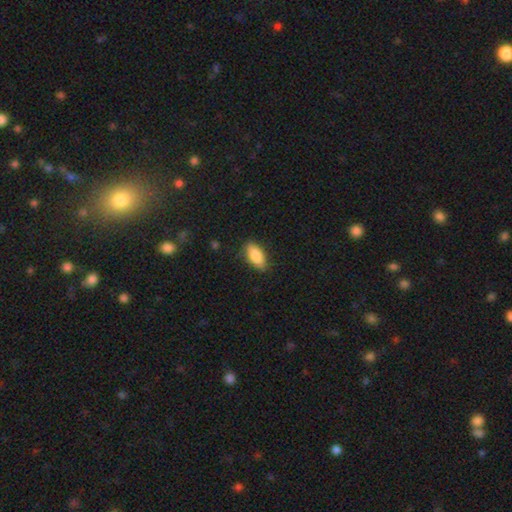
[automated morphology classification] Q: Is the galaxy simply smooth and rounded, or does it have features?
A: smooth — 84%.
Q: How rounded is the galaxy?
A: in between — 87%.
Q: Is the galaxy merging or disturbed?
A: none — 85%.